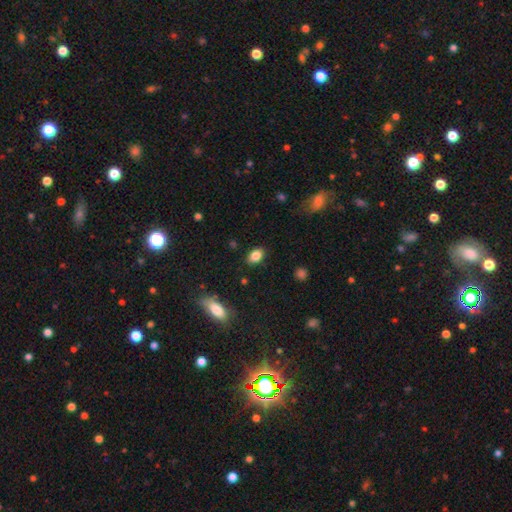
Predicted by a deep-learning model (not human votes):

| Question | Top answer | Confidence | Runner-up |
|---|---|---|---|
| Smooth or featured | smooth | 85% | star or artifact (9%) |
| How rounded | in between | 85% | round (13%) |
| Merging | none | 85% | minor disturbance (11%) |